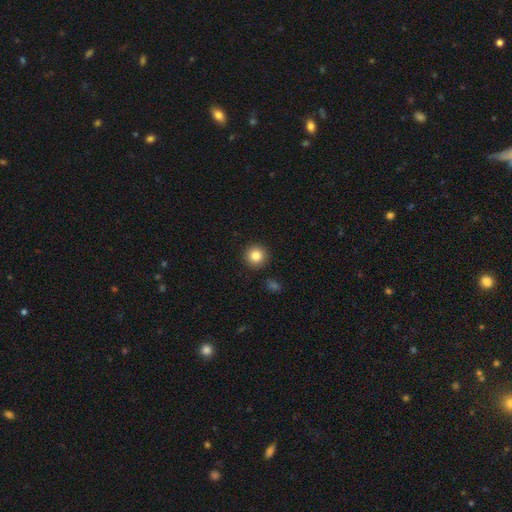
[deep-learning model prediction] Smooth or featured?
  - smooth: 84% *
  - star or artifact: 10%
  - featured or disk: 6%
How rounded?
  - round: 95% *
  - in between: 4%
  - cigar-shaped: 1%
Merging?
  - none: 92% *
  - minor disturbance: 5%
  - major disturbance: 2%
  - merger: 2%